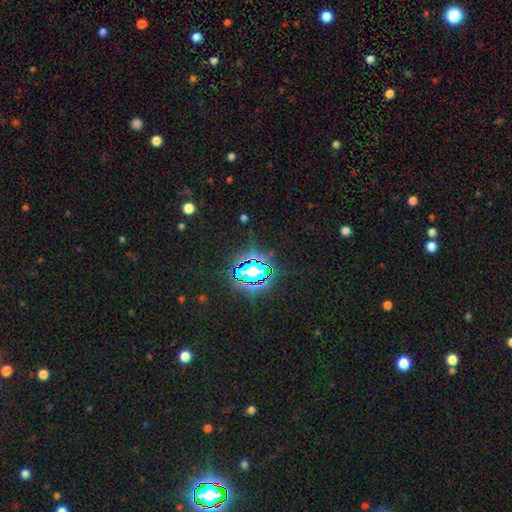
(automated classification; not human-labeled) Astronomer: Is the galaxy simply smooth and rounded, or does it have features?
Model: star or artifact — 77%.